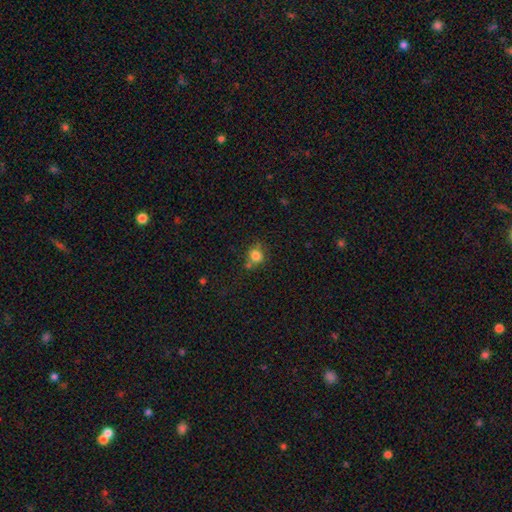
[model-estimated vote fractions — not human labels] A smooth galaxy with no disk features (80%) that is round (79%).

Vote fractions:
- Smooth or featured? smooth: 80% / star or artifact: 12% / featured or disk: 8%
- How rounded? round: 79% / in between: 20% / cigar-shaped: 1%
- Merging? none: 60% / minor disturbance: 18% / merger: 17% / major disturbance: 5%